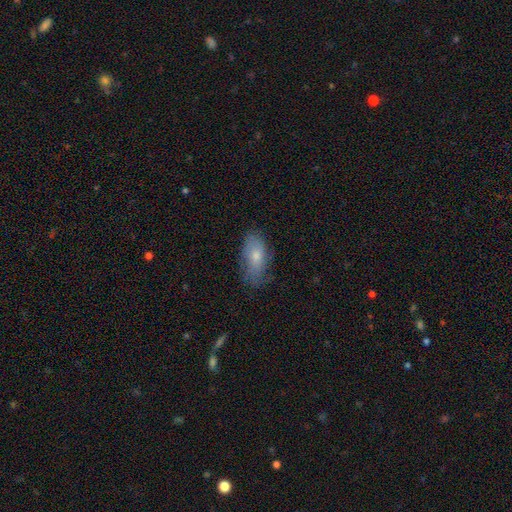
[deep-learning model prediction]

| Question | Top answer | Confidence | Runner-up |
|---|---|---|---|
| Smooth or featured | smooth | 66% | featured or disk (26%) |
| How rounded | in between | 89% | cigar-shaped (6%) |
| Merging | none | 63% | minor disturbance (27%) |